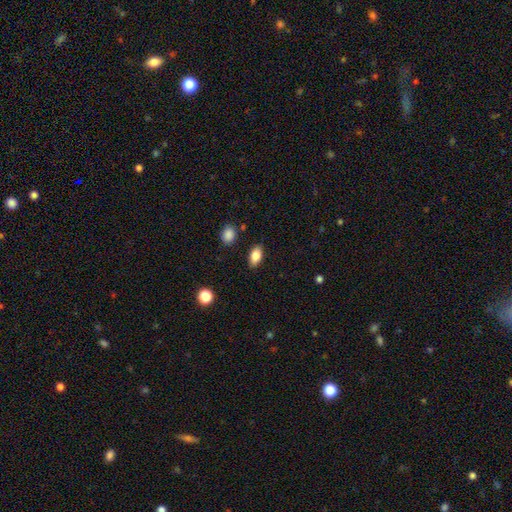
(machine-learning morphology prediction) smooth_or_featured: smooth (p=0.83) [alt: featured or disk p=0.09]
how_rounded: in between (p=0.89) [alt: round p=0.06]
merging: none (p=0.87) [alt: minor disturbance p=0.09]